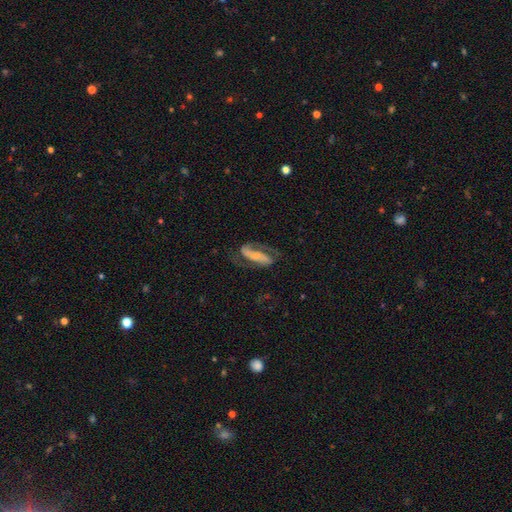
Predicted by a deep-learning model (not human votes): Overall: featured or disk (82%). Edge-on disk: no (93%). Bar: strong (48%; no 27%). Spiral arms: yes (93%). Spiral arm count: 2 (88%). Spiral winding: medium (48%; loose 30%). Bulge size: small (63%; moderate 24%). Merging: none (68%).